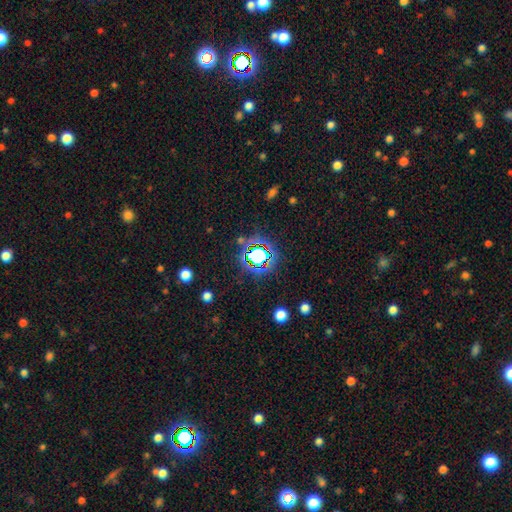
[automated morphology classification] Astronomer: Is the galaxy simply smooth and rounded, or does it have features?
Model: star or artifact — 76%.